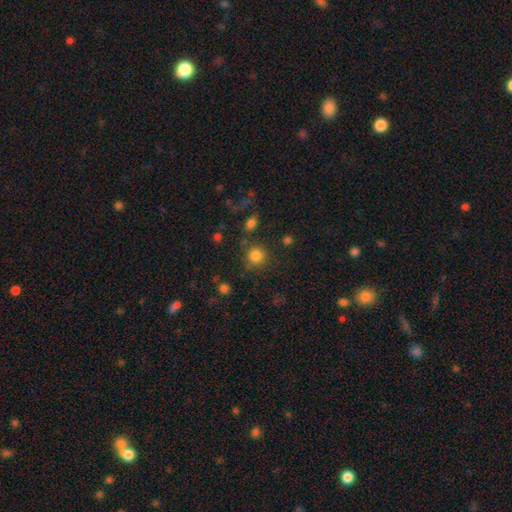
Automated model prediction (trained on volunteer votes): Smooth or featured?
  - smooth: 82% *
  - star or artifact: 12%
  - featured or disk: 6%
How rounded?
  - round: 91% *
  - in between: 8%
  - cigar-shaped: 1%
Merging?
  - none: 79% *
  - minor disturbance: 10%
  - merger: 7%
  - major disturbance: 5%